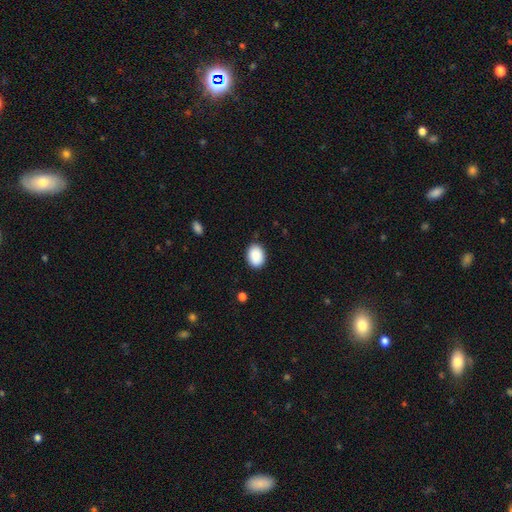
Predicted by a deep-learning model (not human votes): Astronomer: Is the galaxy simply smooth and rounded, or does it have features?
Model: smooth — 90%.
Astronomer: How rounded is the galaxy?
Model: in between — 74%.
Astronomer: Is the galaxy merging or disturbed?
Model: none — 87%.